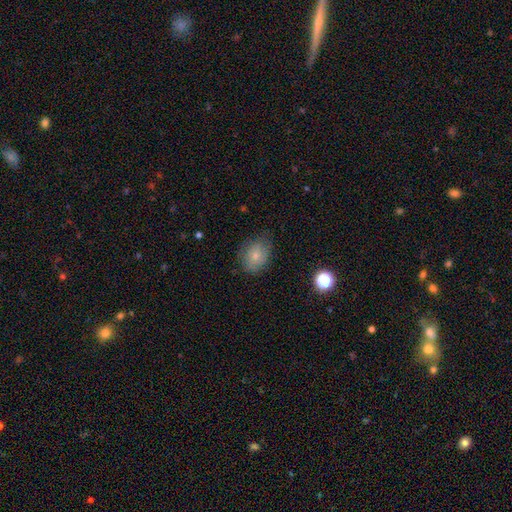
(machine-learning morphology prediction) This appears to be a smooth galaxy with no disk features (72%) that is in between round and cigar-shaped (57%). Merging: none (70%).